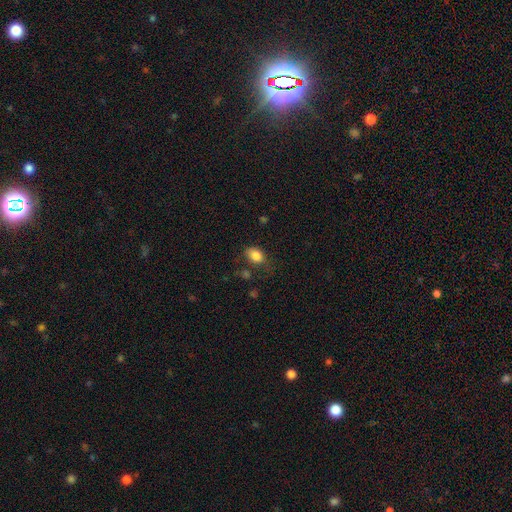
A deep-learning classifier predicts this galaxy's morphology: Smooth or featured? Predicted: smooth (p=0.84). How rounded? Predicted: in between (p=0.72). Merging? Predicted: none (p=0.67).